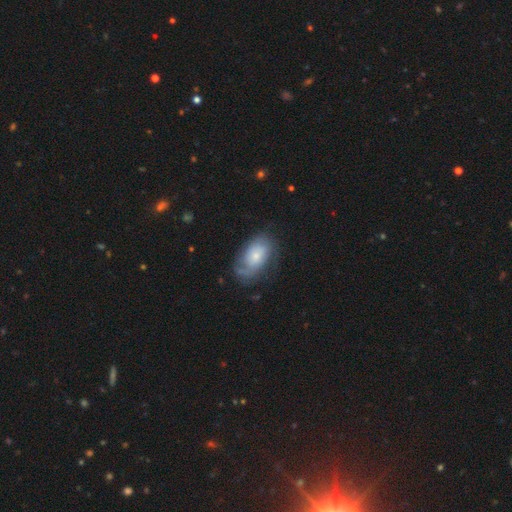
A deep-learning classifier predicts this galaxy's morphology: smooth-or-featured: smooth: 47% | featured or disk: 45% | star or artifact: 7%
  merging: none: 57% | minor disturbance: 26% | major disturbance: 15% | merger: 2%